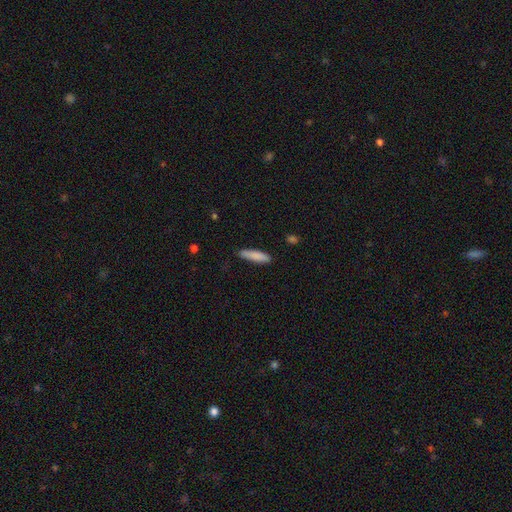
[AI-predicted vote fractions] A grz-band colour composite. It shows a smooth galaxy with no disk features (85%) that is cigar-shaped (79%). Merging: none (82%).